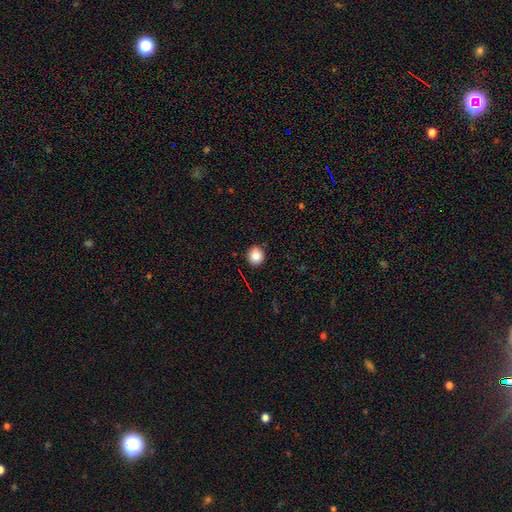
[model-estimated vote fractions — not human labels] This appears to be a smooth galaxy with no disk features (86%) that is round (91%). Merging: none (90%).